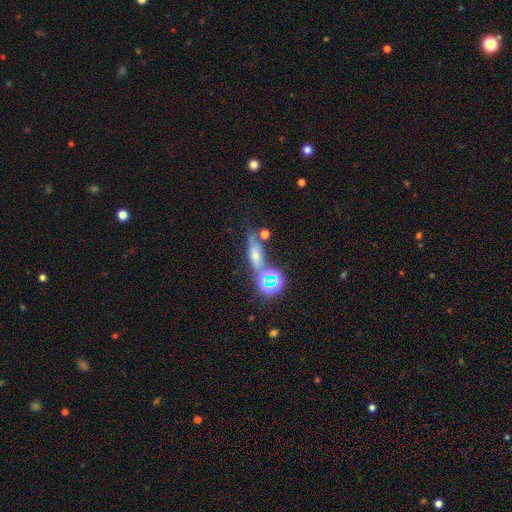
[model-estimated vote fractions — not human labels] Smooth or featured: smooth — 51% (star or artifact — 27%)
How rounded: cigar-shaped — 42% (in between — 40%)
Merging: none — 59% (minor disturbance — 17%)